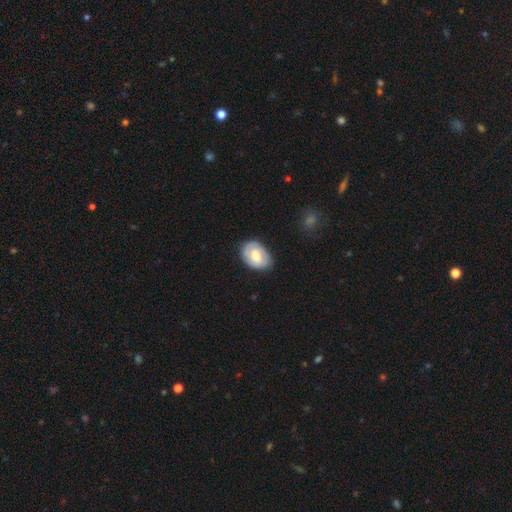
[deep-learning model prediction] smooth_or_featured: smooth (p=0.59) [alt: featured or disk p=0.35]
how_rounded: in between (p=0.83) [alt: round p=0.16]
merging: none (p=0.76) [alt: minor disturbance p=0.19]